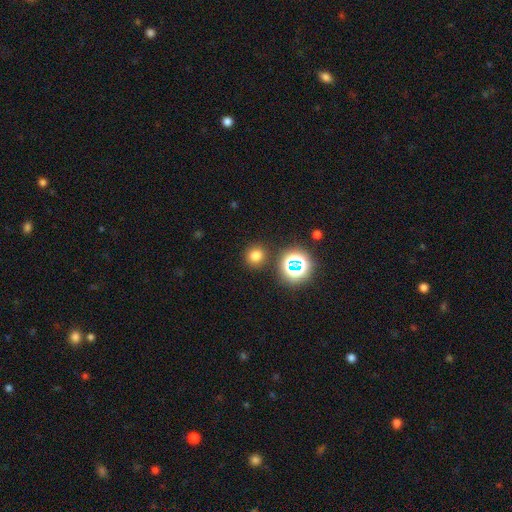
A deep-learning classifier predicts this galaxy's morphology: smooth_or_featured: smooth (p=0.71) [alt: star or artifact p=0.23]
how_rounded: round (p=0.85) [alt: in between p=0.14]
merging: none (p=0.86) [alt: minor disturbance p=0.07]